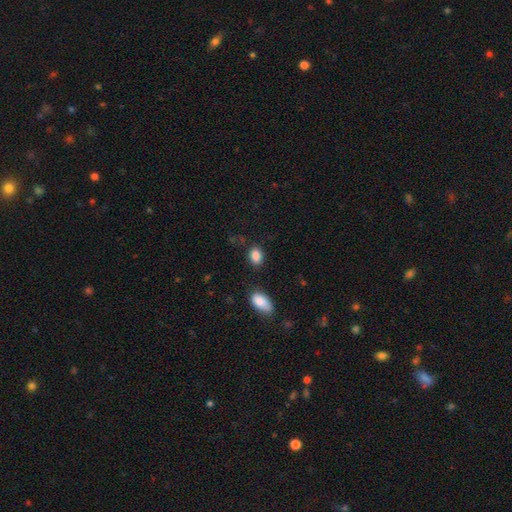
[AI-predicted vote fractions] A smooth galaxy with no disk features (87%) that is in between round and cigar-shaped (72%). Merging: none (79%).